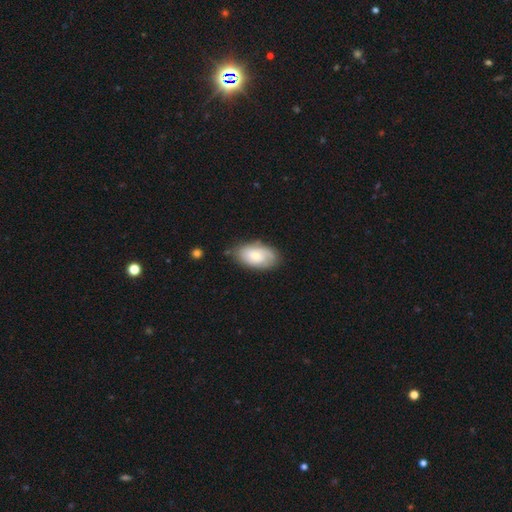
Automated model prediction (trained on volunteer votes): Smooth or featured: featured or disk — 51% (smooth — 43%)
Edge-on disk: no — 94% (yes — 6%)
Merging: none — 74% (minor disturbance — 19%)